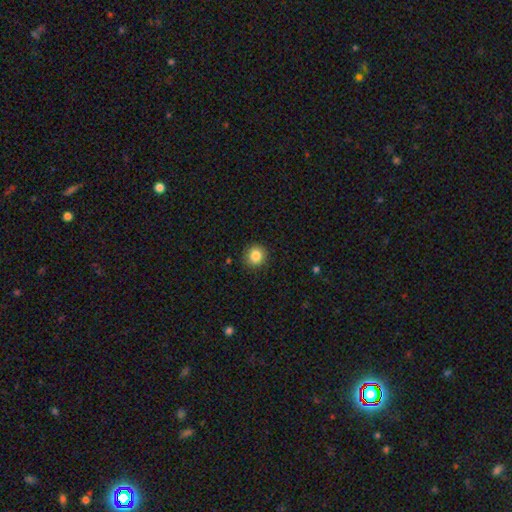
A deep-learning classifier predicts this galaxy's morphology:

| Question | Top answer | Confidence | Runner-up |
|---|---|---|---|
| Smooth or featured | smooth | 85% | star or artifact (10%) |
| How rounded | round | 88% | in between (11%) |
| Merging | none | 89% | minor disturbance (8%) |